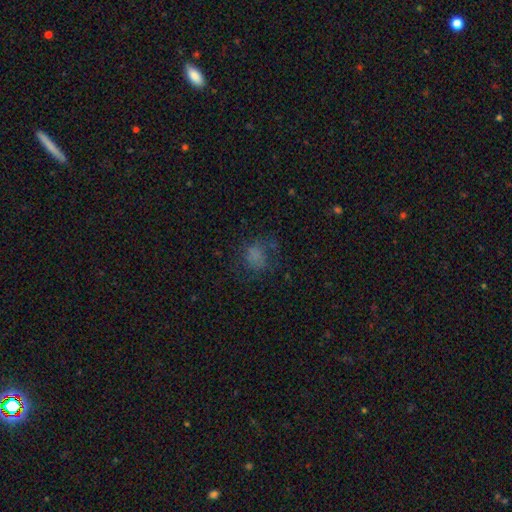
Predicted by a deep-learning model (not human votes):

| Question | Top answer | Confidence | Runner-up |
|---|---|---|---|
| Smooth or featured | smooth | 60% | featured or disk (20%) |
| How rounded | round | 66% | in between (33%) |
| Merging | none | 56% | major disturbance (22%) |